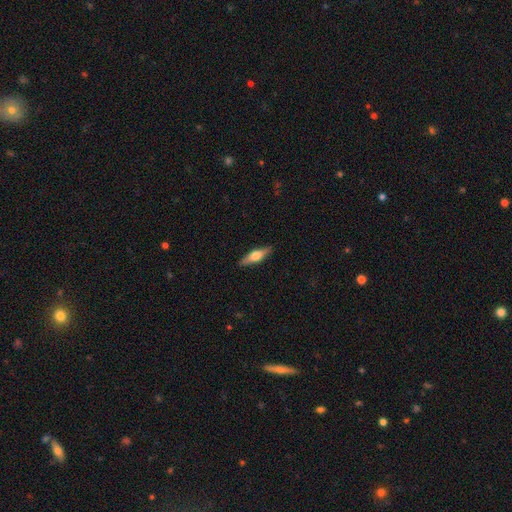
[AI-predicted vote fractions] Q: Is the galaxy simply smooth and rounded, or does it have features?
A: smooth — 48%.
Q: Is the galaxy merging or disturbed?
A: none — 89%.